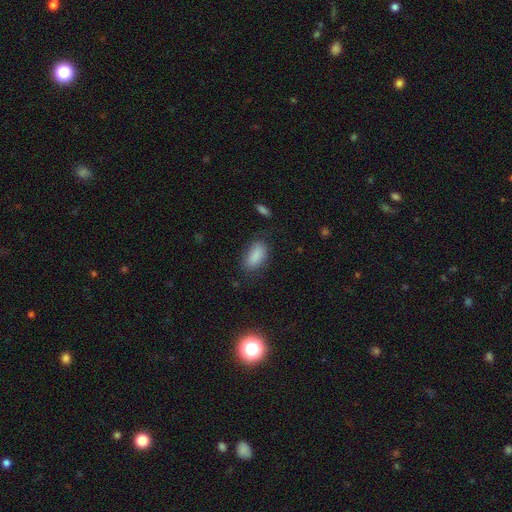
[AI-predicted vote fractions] smooth_or_featured: smooth (p=0.87) [alt: star or artifact p=0.07]
how_rounded: in between (p=0.91) [alt: cigar-shaped p=0.05]
merging: none (p=0.75) [alt: minor disturbance p=0.17]